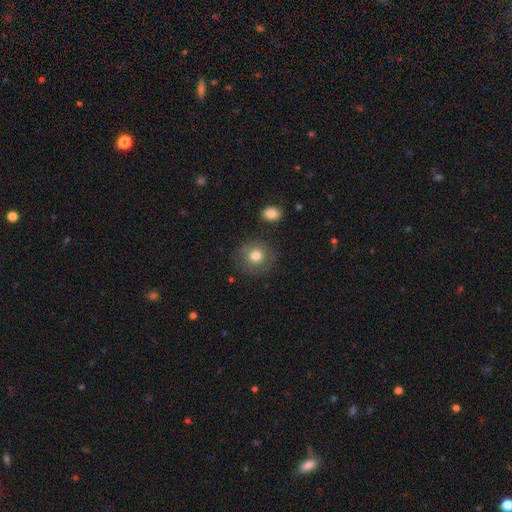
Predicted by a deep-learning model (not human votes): The model was most divided on "smooth or featured": smooth: 77%, featured or disk: 13%, star or artifact: 10%. More confident: how rounded — round (90%); merging — none (84%).